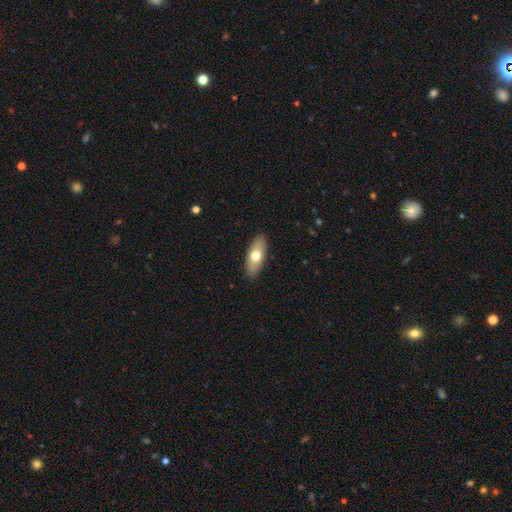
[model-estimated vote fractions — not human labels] Smooth or featured? Predicted: smooth (p=0.67). How rounded? Predicted: in between (p=0.81). Merging? Predicted: none (p=0.89).